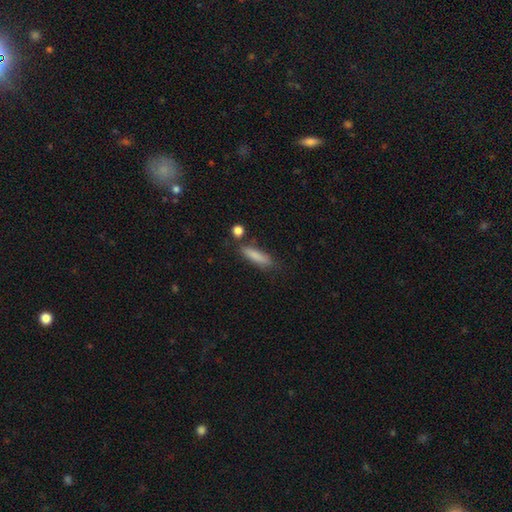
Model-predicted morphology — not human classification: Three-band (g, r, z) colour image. It shows a smooth galaxy with no disk features (82%) that is cigar-shaped (70%). Merging: none (70%).